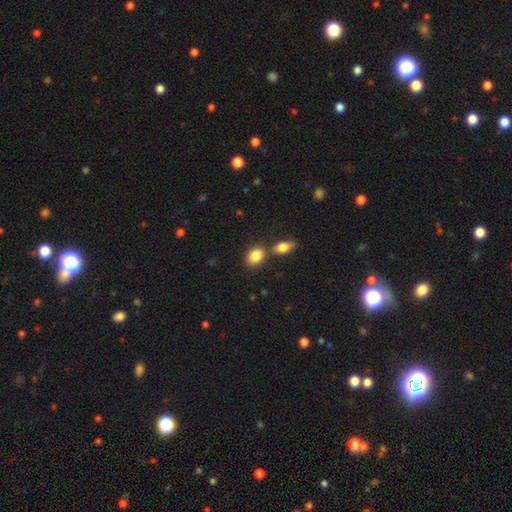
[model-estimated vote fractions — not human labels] smooth_or_featured: smooth (p=0.85) [alt: star or artifact p=0.08]
how_rounded: in between (p=0.74) [alt: round p=0.25]
merging: none (p=0.60) [alt: merger p=0.26]